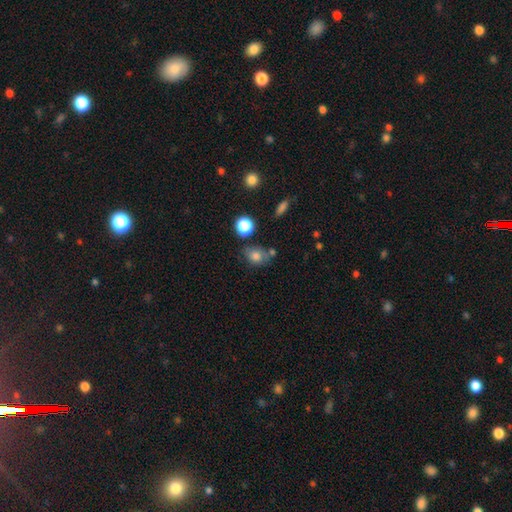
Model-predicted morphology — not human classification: smooth_or_featured: smooth (p=0.77) [alt: star or artifact p=0.12]
how_rounded: in between (p=0.55) [alt: round p=0.44]
merging: none (p=0.55) [alt: minor disturbance p=0.23]